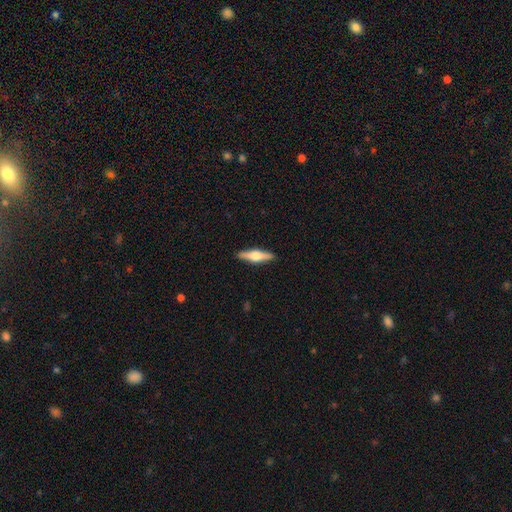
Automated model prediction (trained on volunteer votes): A featured or disk galaxy (61%) viewed edge-on (96%) with a rounded central bulge (92%).

Vote fractions:
- Smooth or featured? featured or disk: 61% / smooth: 34% / star or artifact: 5%
- Edge-on disk? yes: 96% / no: 4%
- Edge-on bulge? rounded: 92% / boxy: 6% / none: 2%
- Merging? none: 91% / minor disturbance: 7% / major disturbance: 1% / merger: 1%